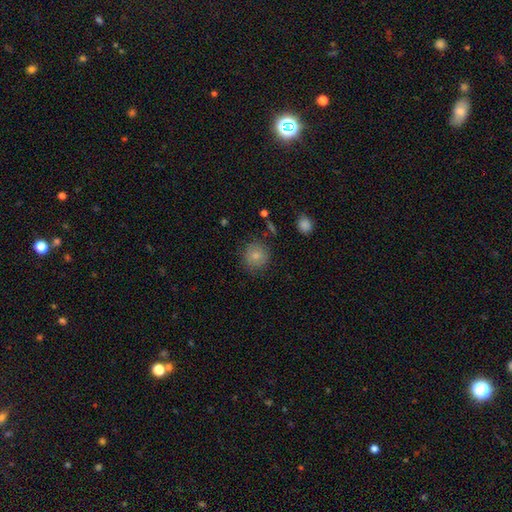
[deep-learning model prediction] Smooth or featured: smooth — 82% (featured or disk — 9%)
How rounded: round — 90% (in between — 9%)
Merging: none — 82% (minor disturbance — 12%)